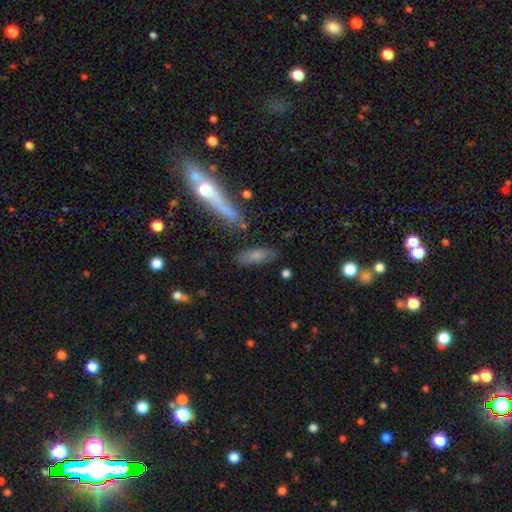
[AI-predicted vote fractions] This is likely a smooth galaxy (75%). How rounded: likely in between (67%). Merging: likely none (72%).